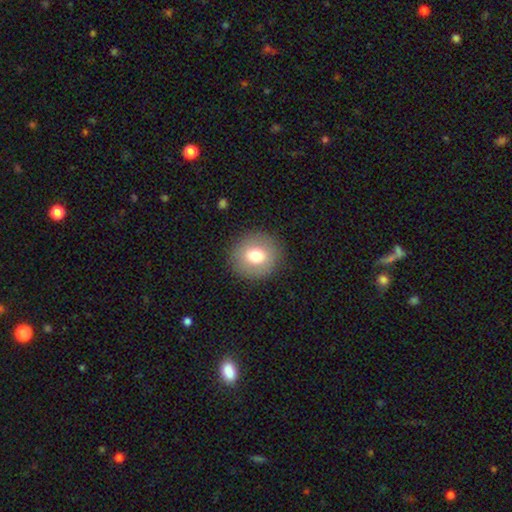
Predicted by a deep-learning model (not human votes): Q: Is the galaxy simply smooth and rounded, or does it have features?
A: smooth — 74%.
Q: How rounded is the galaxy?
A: round — 87%.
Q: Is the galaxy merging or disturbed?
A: none — 89%.